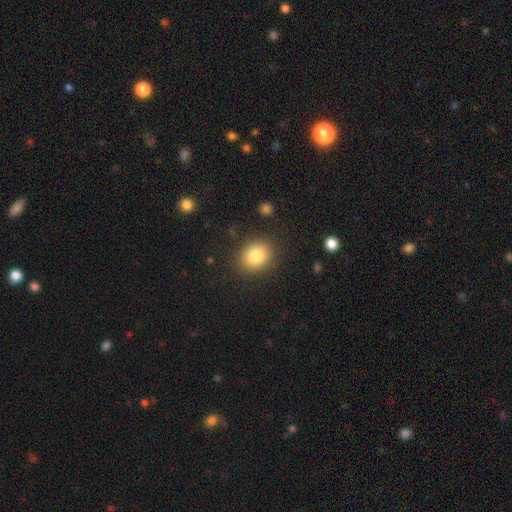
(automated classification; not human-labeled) smooth_or_featured: smooth (p=0.82) [alt: star or artifact p=0.10]
how_rounded: round (p=0.66) [alt: in between p=0.33]
merging: none (p=0.87) [alt: minor disturbance p=0.09]